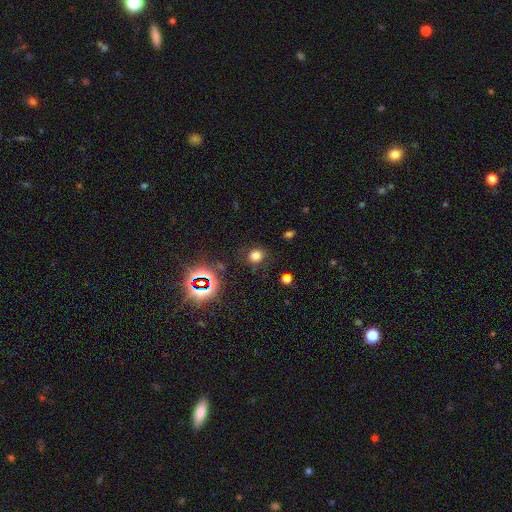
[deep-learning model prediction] Overall: smooth (70%). How rounded: round (79%). Merging: none (81%).